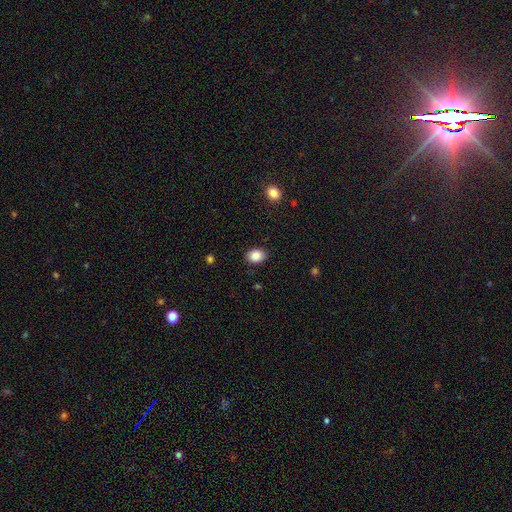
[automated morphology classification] Smooth or featured?
  - smooth: 87% *
  - star or artifact: 8%
  - featured or disk: 5%
How rounded?
  - in between: 67% *
  - round: 32%
  - cigar-shaped: 1%
Merging?
  - none: 87% *
  - minor disturbance: 9%
  - major disturbance: 2%
  - merger: 1%